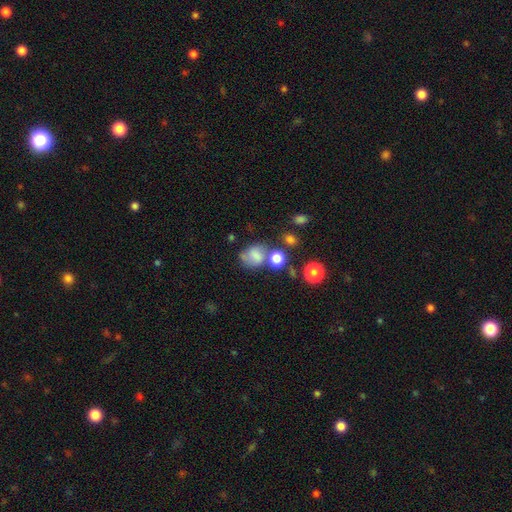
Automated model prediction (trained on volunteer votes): Smooth or featured: smooth — 68% (featured or disk — 19%)
How rounded: round — 54% (in between — 45%)
Merging: none — 39% (merger — 25%)